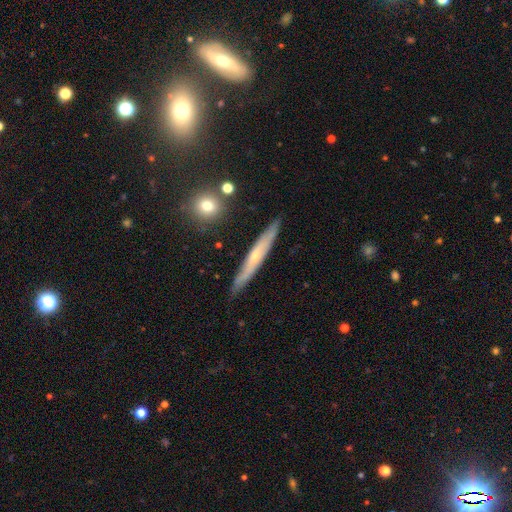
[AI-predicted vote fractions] Smooth or featured?
  - featured or disk: 61% *
  - smooth: 33%
  - star or artifact: 6%
Edge-on disk?
  - yes: 87% *
  - no: 13%
Edge-on bulge?
  - rounded: 56% *
  - none: 41%
  - boxy: 3%
Merging?
  - none: 85% *
  - minor disturbance: 11%
  - major disturbance: 2%
  - merger: 2%